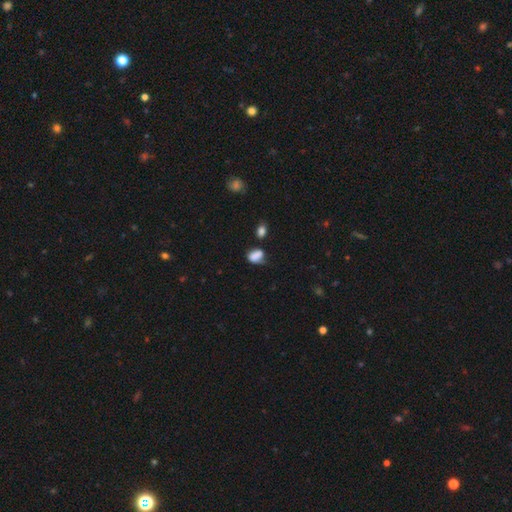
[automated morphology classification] Smooth or featured? smooth (79%)
How rounded? in between (77%)
Merging? none (42%)